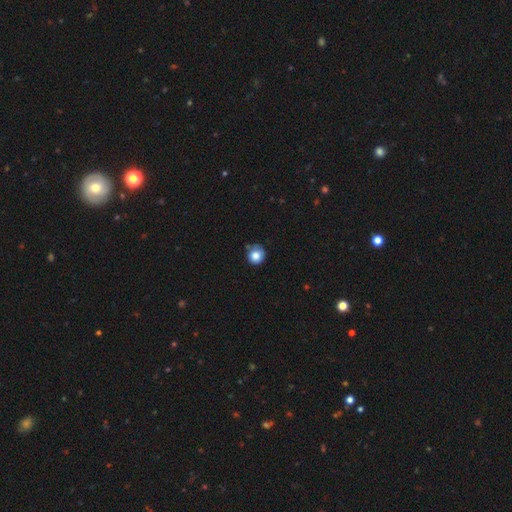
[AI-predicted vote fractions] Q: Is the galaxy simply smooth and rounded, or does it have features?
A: smooth — 82%.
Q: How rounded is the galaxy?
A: round — 89%.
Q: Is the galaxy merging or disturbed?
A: none — 64%.